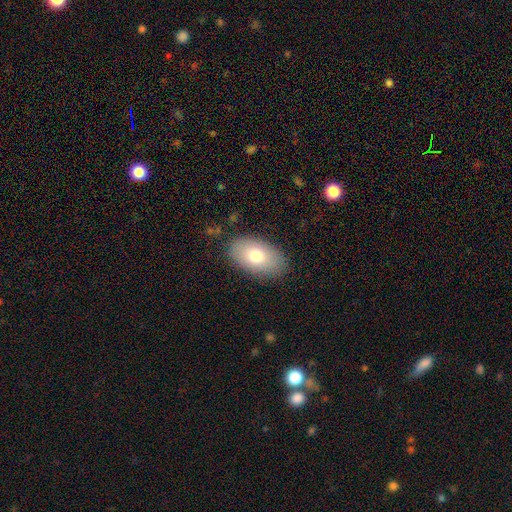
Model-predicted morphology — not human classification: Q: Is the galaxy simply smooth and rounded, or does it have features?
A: smooth — 75%.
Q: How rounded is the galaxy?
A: in between — 92%.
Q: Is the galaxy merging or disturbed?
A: none — 85%.